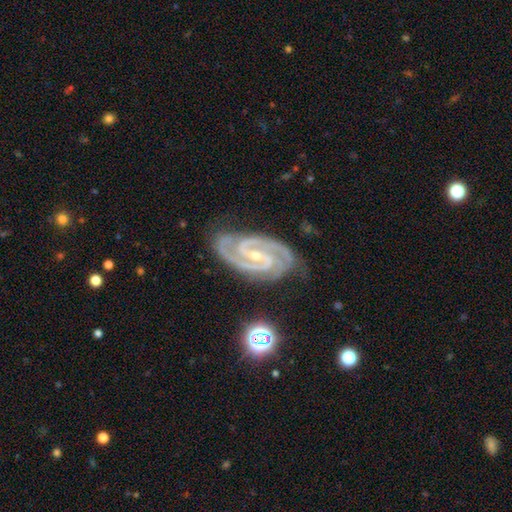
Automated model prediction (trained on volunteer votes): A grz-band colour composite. It shows a featured or disk galaxy (94%) with a weak bar (38%), 2 (82%) tight (61%) spiral arms (99%) and a small central bulge (72%). Merging: none (79%).